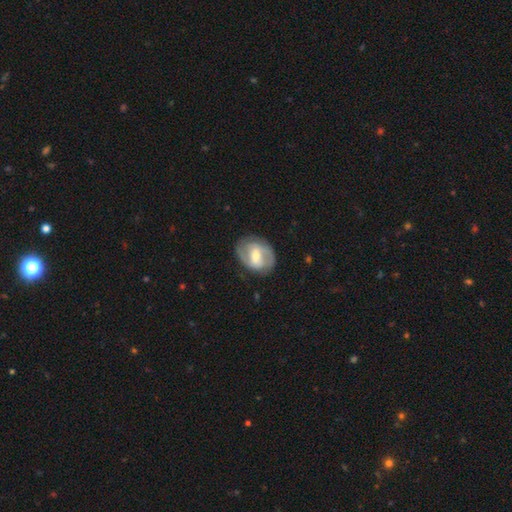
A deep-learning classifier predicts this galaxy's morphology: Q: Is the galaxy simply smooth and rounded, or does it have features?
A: featured or disk — 70%.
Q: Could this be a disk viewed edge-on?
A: no — 96%.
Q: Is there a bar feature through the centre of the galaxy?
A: strong — 43%.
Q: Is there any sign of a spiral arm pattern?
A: yes — 73%.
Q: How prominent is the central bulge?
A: moderate — 57%.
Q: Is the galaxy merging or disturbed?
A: none — 78%.